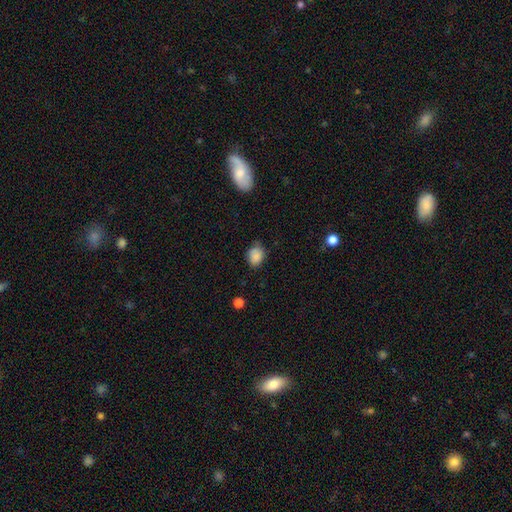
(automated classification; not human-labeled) Overall: smooth (85%). How rounded: in between (50%; round 49%). Merging: none (65%; minor disturbance 28%).